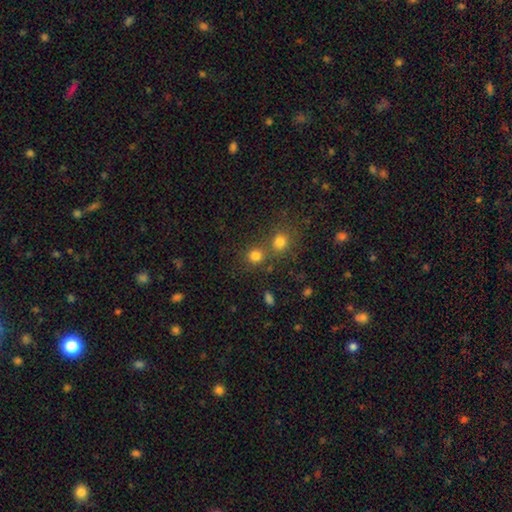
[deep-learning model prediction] Smooth or featured? Predicted: smooth (p=0.79). How rounded? Predicted: round (p=0.85). Merging? Predicted: none (p=0.59).